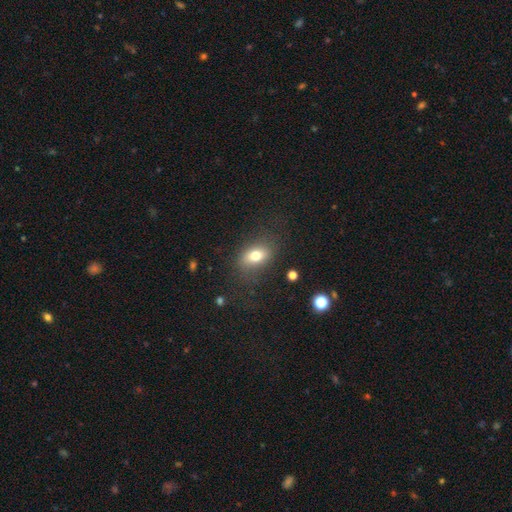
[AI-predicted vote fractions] smooth_or_featured: smooth (p=0.74) [alt: featured or disk p=0.15]
how_rounded: in between (p=0.77) [alt: round p=0.20]
merging: none (p=0.75) [alt: minor disturbance p=0.15]